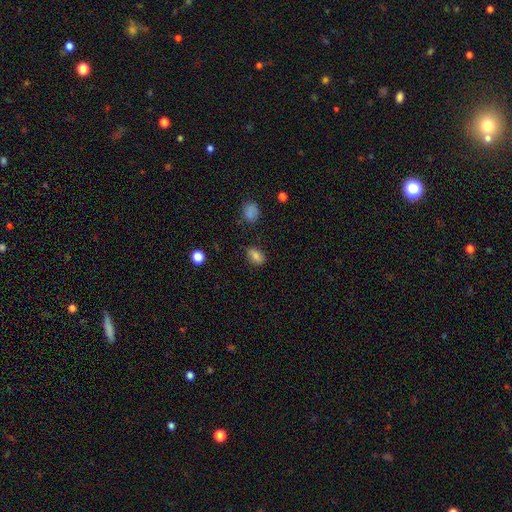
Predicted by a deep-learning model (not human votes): This is clearly a smooth galaxy (82%). How rounded: clearly in between (82%). Merging: clearly none (82%).